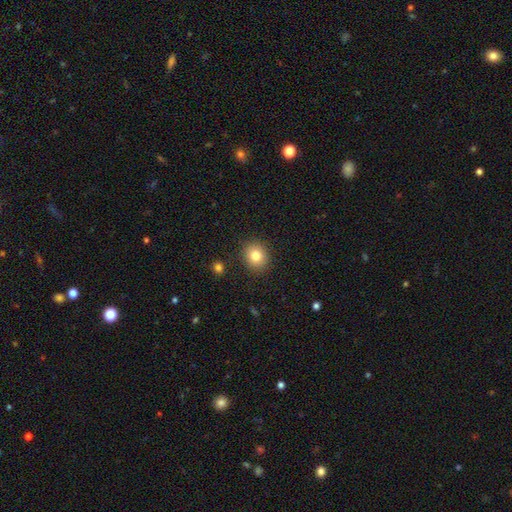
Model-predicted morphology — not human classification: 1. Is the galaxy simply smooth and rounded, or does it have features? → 81% smooth, 11% star or artifact, 9% featured or disk.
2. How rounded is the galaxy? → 78% round, 21% in between, 1% cigar-shaped.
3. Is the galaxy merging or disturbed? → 89% none, 7% minor disturbance, 2% major disturbance, 2% merger.